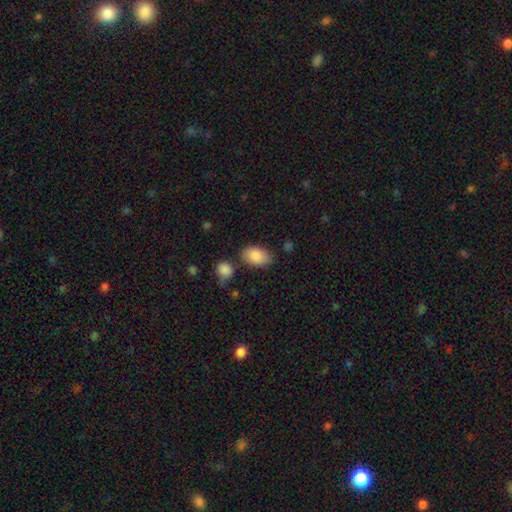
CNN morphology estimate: This appears to be a smooth galaxy with no disk features (85%) that is in between round and cigar-shaped (91%). Merging: none (76%).